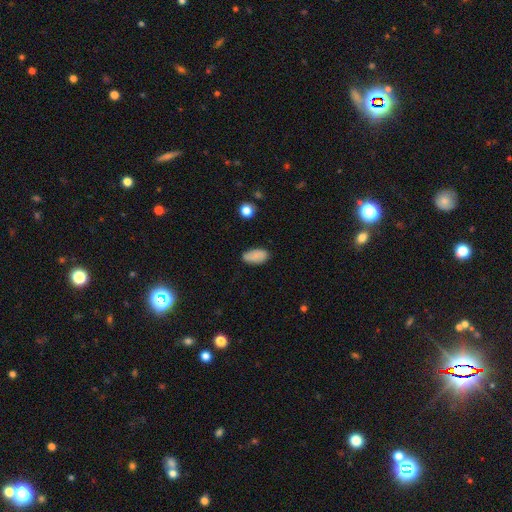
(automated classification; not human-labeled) Q: Smooth or featured?
A: smooth (80%); runner-up: featured or disk (11%)
Q: How rounded?
A: in between (93%); runner-up: round (4%)
Q: Merging?
A: none (79%); runner-up: minor disturbance (17%)